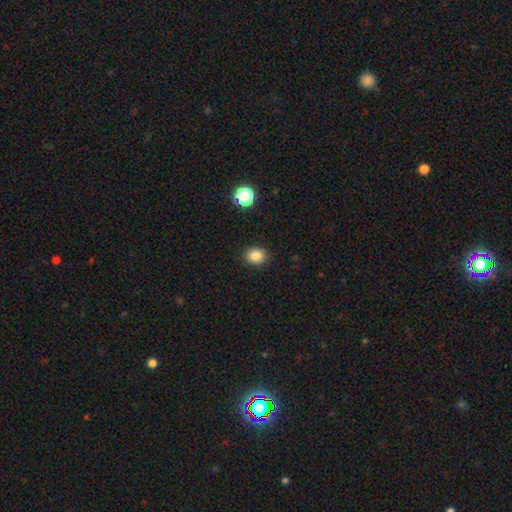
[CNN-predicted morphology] Smooth or featured? Predicted: smooth (p=0.84). How rounded? Predicted: round (p=0.63). Merging? Predicted: none (p=0.89).